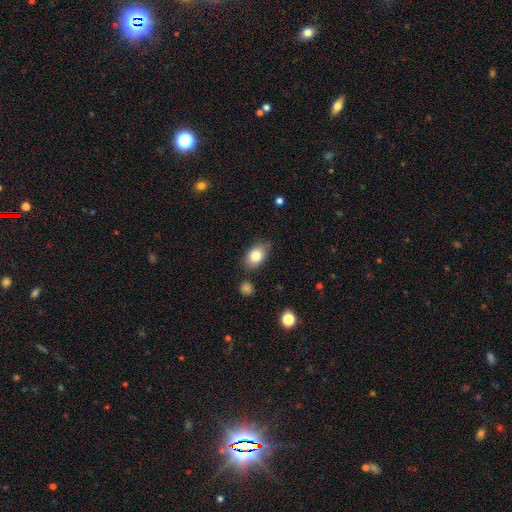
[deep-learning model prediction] smooth_or_featured: smooth (p=0.82) [alt: featured or disk p=0.10]
how_rounded: in between (p=0.85) [alt: round p=0.14]
merging: none (p=0.77) [alt: minor disturbance p=0.16]